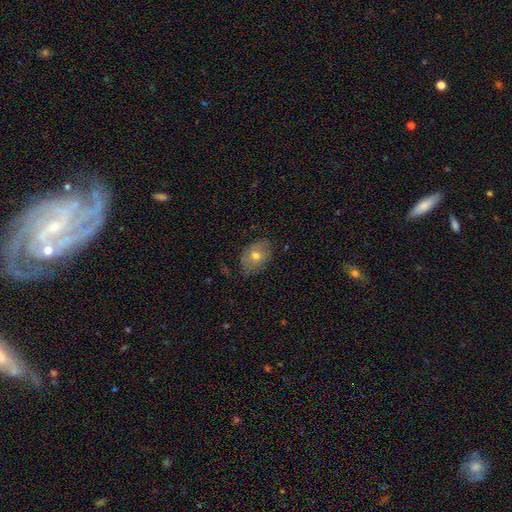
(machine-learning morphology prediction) Smooth or featured? Predicted: smooth (p=0.65). How rounded? Predicted: in between (p=0.76). Merging? Predicted: none (p=0.74).